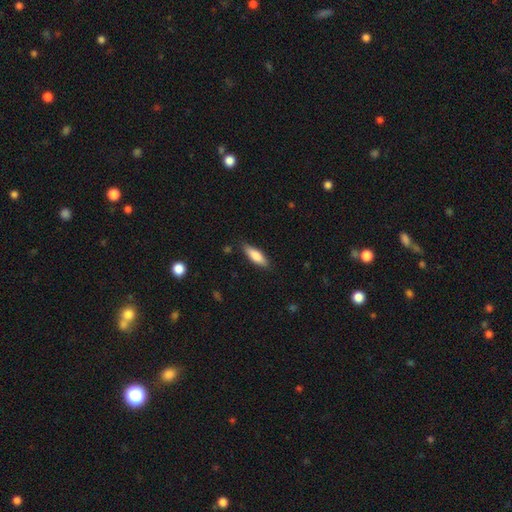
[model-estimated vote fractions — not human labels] This is likely a smooth galaxy (80%). How rounded: possibly in between (54%). Merging: clearly none (83%).